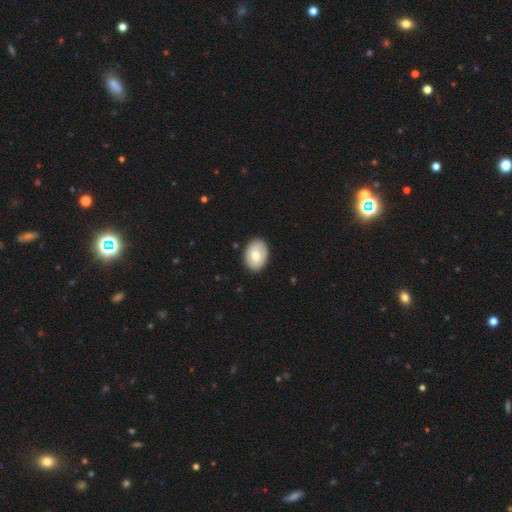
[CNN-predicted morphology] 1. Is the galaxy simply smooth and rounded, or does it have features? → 71% smooth, 22% featured or disk, 7% star or artifact.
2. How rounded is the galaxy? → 73% in between, 27% round, 1% cigar-shaped.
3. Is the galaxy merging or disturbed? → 88% none, 9% minor disturbance, 2% major disturbance, 1% merger.